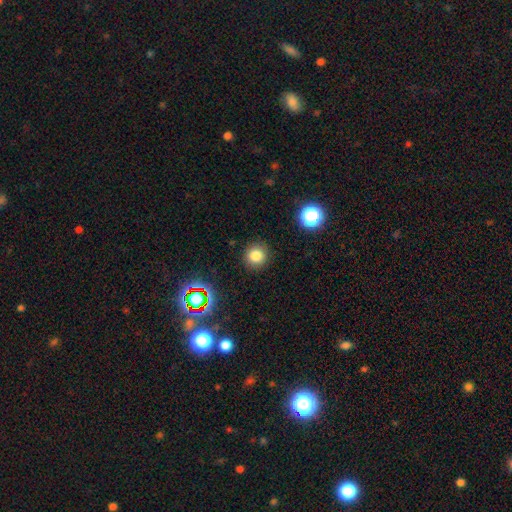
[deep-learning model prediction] Smooth or featured? Predicted: smooth (p=0.79). How rounded? Predicted: round (p=0.92). Merging? Predicted: none (p=0.90).